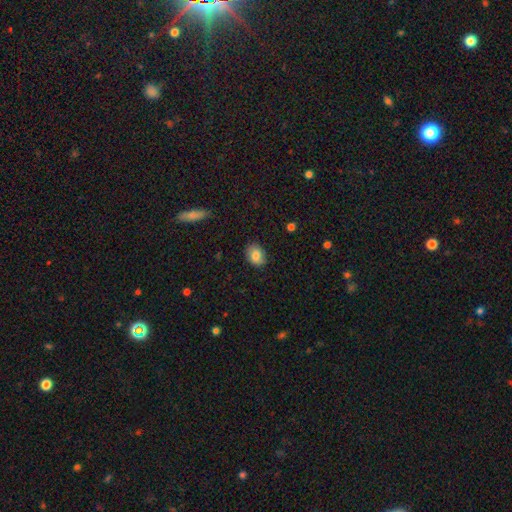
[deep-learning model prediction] smooth 84%, featured or disk 8%, star or artifact 8%. Down the decision tree: how rounded — in between (66%); merging — none (84%).